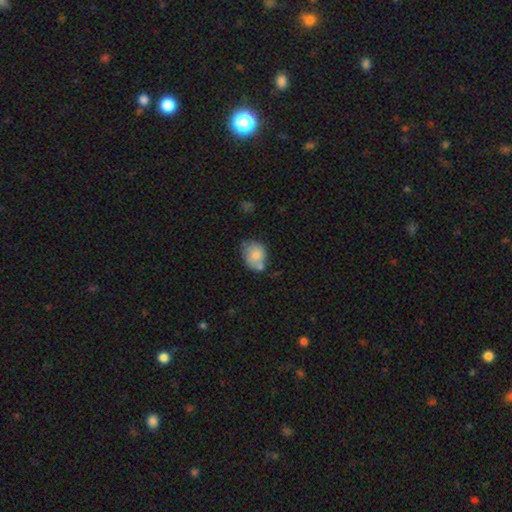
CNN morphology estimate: smooth 75%, featured or disk 17%, star or artifact 8%. Down the decision tree: how rounded — in between (55%); merging — none (47%).